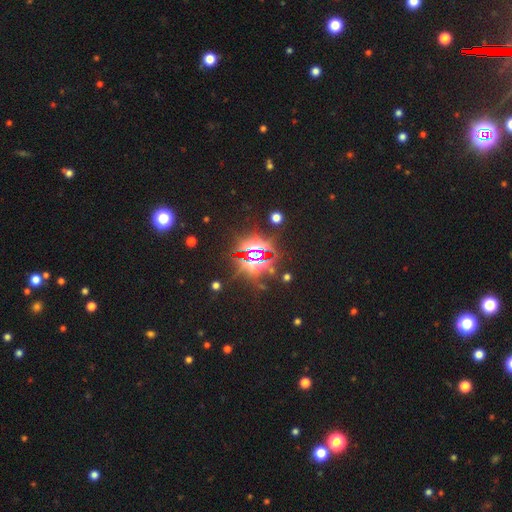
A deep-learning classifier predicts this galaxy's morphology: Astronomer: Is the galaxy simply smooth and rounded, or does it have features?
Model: star or artifact — 81%.